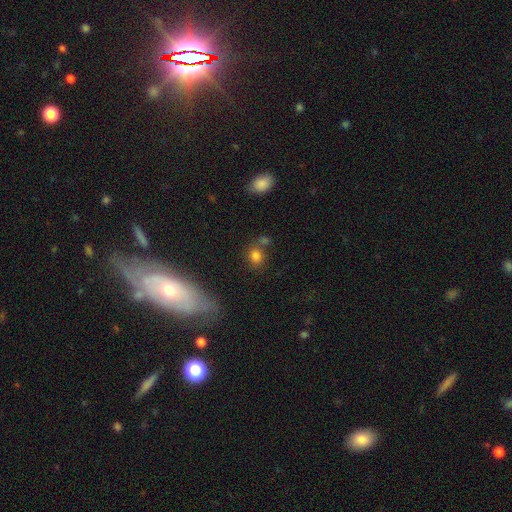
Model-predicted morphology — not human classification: Smooth or featured? smooth (78%)
How rounded? round (60%)
Merging? none (64%)